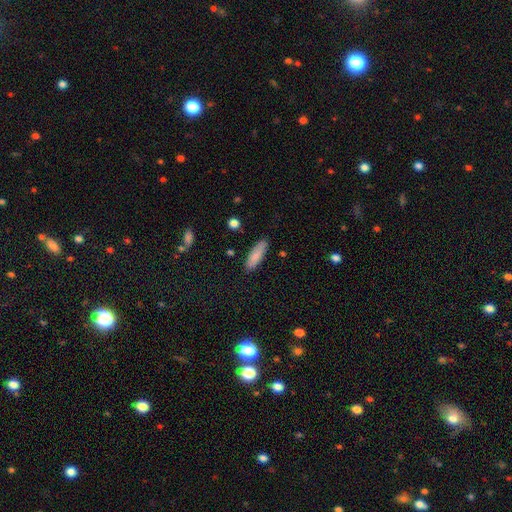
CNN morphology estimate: smooth_or_featured: smooth (p=0.85) [alt: featured or disk p=0.09]
how_rounded: cigar-shaped (p=0.50) [alt: in between p=0.48]
merging: none (p=0.87) [alt: minor disturbance p=0.10]